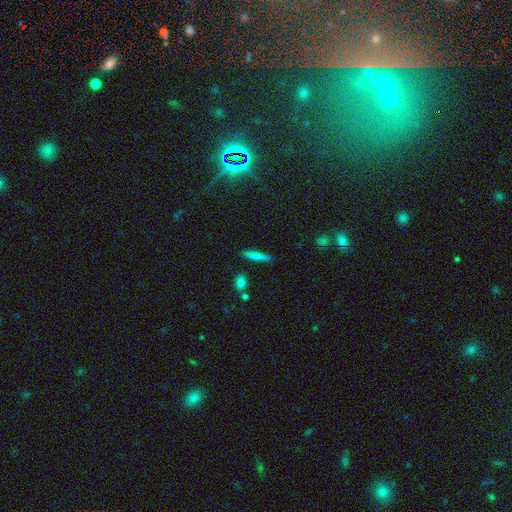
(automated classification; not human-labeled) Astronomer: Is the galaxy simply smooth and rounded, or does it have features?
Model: smooth — 68%.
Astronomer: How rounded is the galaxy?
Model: cigar-shaped — 84%.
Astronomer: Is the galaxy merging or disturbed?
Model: none — 83%.